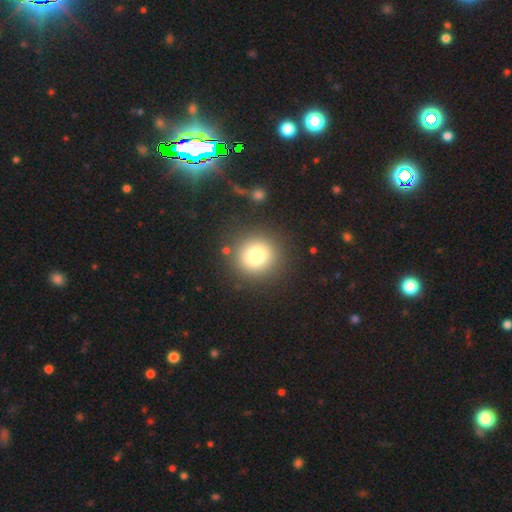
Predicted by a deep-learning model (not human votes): Smooth or featured? smooth (77%)
How rounded? round (92%)
Merging? none (87%)